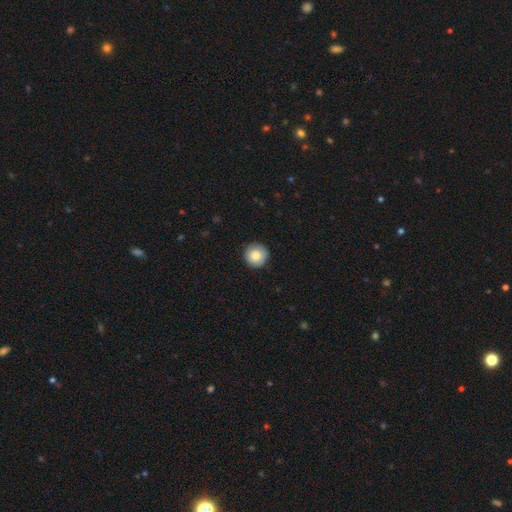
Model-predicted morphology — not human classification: smooth-or-featured: smooth: 82% | featured or disk: 10% | star or artifact: 8%
  how-rounded: round: 96% | in between: 3% | cigar-shaped: 1%
  merging: none: 90% | minor disturbance: 7% | major disturbance: 2% | merger: 1%